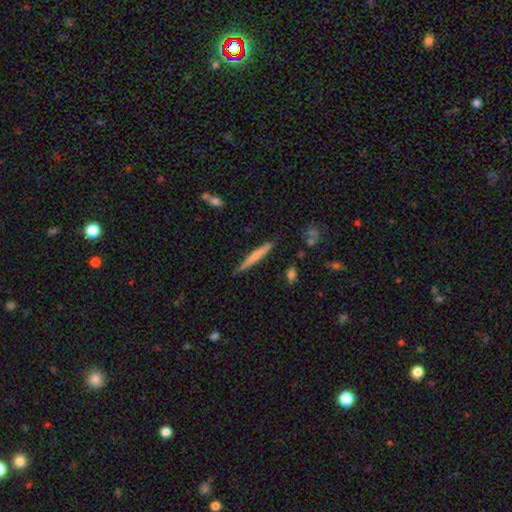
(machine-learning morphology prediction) smooth 63%, featured or disk 31%, star or artifact 6%. Down the decision tree: how rounded — cigar-shaped (95%); merging — none (86%).